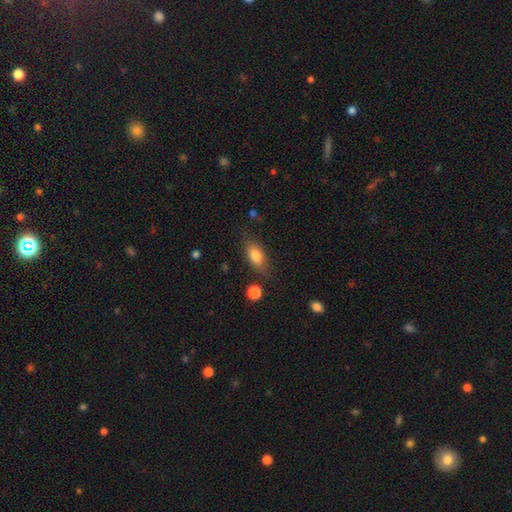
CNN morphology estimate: Smooth or featured?
  - smooth: 79% *
  - featured or disk: 13%
  - star or artifact: 8%
How rounded?
  - in between: 82% *
  - cigar-shaped: 12%
  - round: 6%
Merging?
  - none: 76% *
  - minor disturbance: 17%
  - major disturbance: 5%
  - merger: 3%